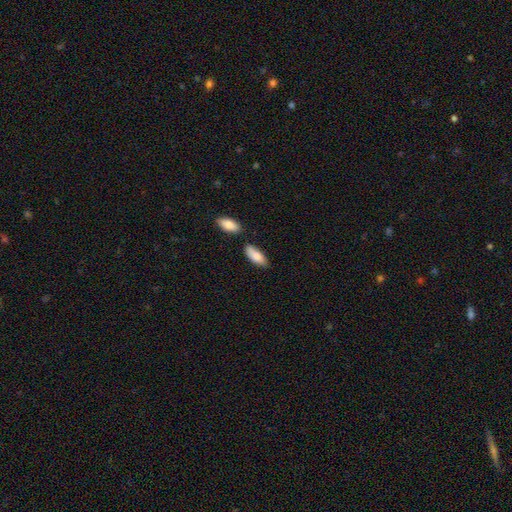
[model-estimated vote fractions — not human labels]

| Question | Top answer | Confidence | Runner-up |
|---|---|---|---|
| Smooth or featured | smooth | 84% | featured or disk (10%) |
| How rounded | in between | 81% | cigar-shaped (17%) |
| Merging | none | 68% | minor disturbance (18%) |